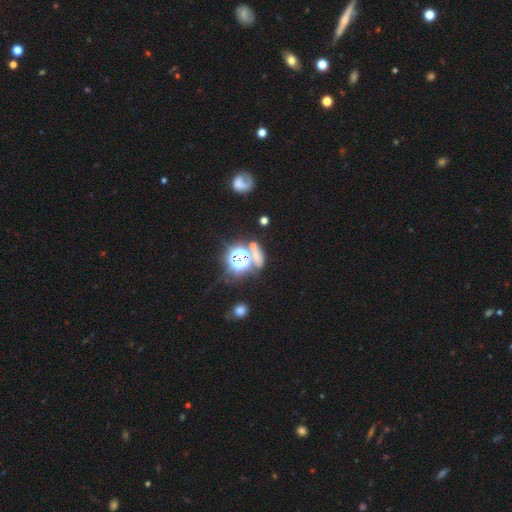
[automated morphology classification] Smooth or featured: star or artifact — 54% (smooth — 32%)